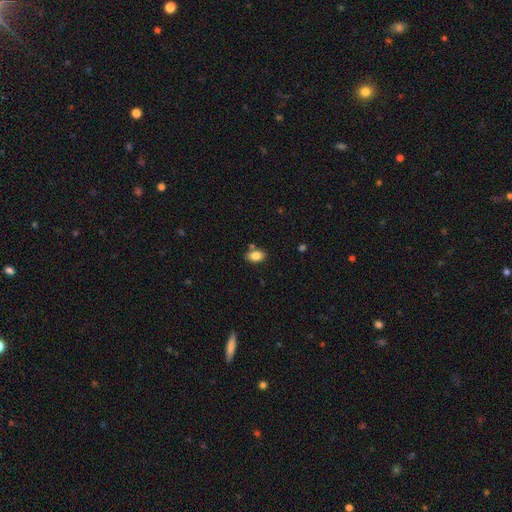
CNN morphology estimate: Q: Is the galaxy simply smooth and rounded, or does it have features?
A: smooth — 84%.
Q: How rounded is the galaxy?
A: in between — 86%.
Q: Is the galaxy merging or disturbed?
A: none — 79%.